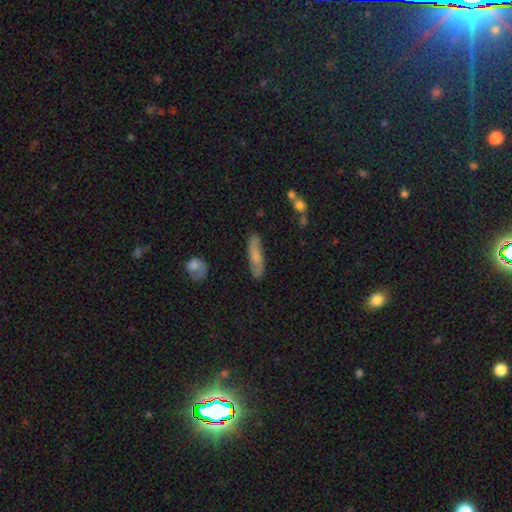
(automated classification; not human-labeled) A smooth galaxy with no disk features (56%) that is cigar-shaped (67%).

Vote fractions:
- Smooth or featured? smooth: 56% / featured or disk: 37% / star or artifact: 7%
- How rounded? cigar-shaped: 67% / in between: 30% / round: 3%
- Merging? none: 78% / minor disturbance: 16% / major disturbance: 4% / merger: 2%